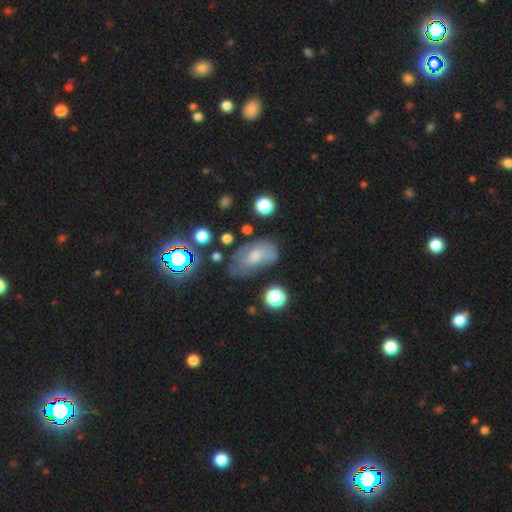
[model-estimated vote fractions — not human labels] A smooth galaxy with no disk features (49%). Merging: none (48%).